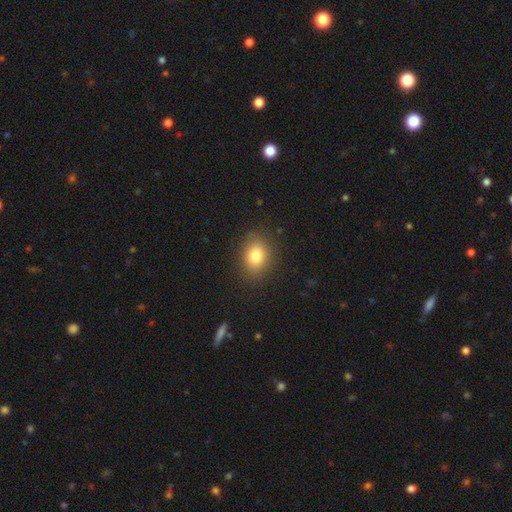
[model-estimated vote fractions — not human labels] This appears to be a smooth galaxy with no disk features (82%) that is in between round and cigar-shaped (64%). Merging: none (86%).